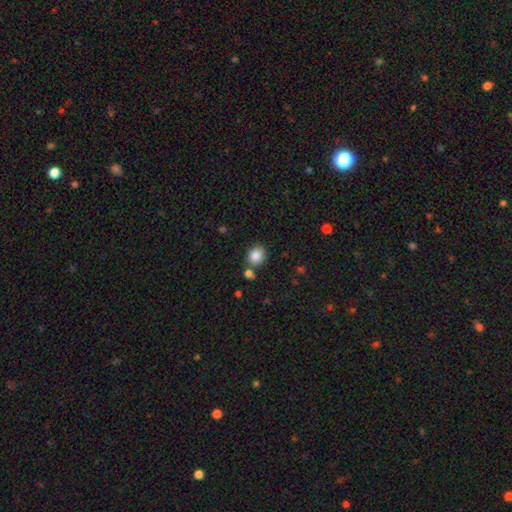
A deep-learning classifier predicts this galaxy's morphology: type=smooth (85%); roundness=round (76%); merging=none (74%).